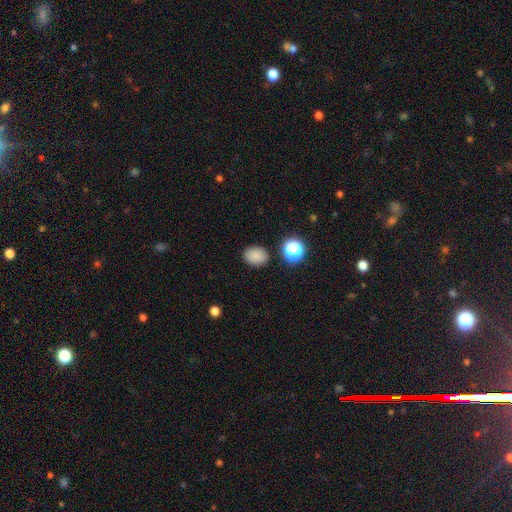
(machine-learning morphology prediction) Smooth or featured?
  - smooth: 83% *
  - star or artifact: 12%
  - featured or disk: 4%
How rounded?
  - in between: 59% *
  - round: 40%
  - cigar-shaped: 1%
Merging?
  - none: 85% *
  - minor disturbance: 9%
  - major disturbance: 3%
  - merger: 3%